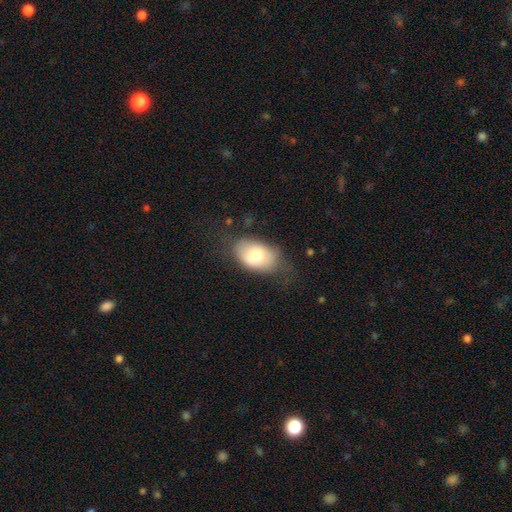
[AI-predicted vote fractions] Overall: smooth (75%). How rounded: in between (87%). Merging: none (57%; minor disturbance 28%).